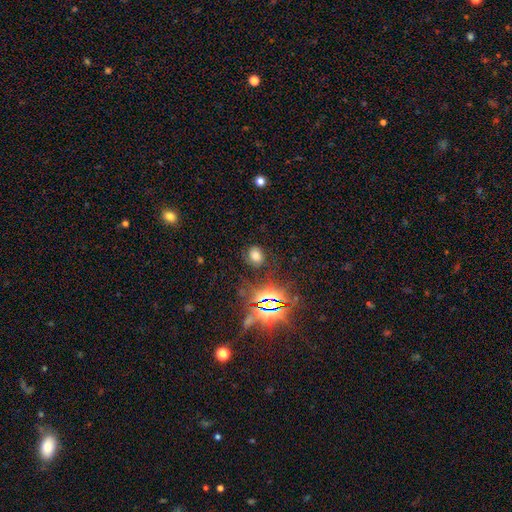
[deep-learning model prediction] Smooth or featured?
  - smooth: 57% *
  - star or artifact: 29%
  - featured or disk: 14%
How rounded?
  - in between: 54% *
  - round: 45%
  - cigar-shaped: 1%
Merging?
  - none: 73% *
  - minor disturbance: 16%
  - major disturbance: 8%
  - merger: 2%